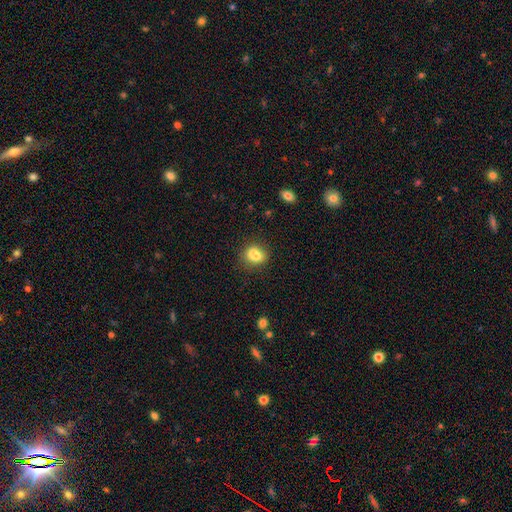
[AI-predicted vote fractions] The model was most divided on "how rounded": round: 51%, in between: 48%, cigar-shaped: 2%. More confident: smooth or featured — smooth (78%); merging — none (60%).